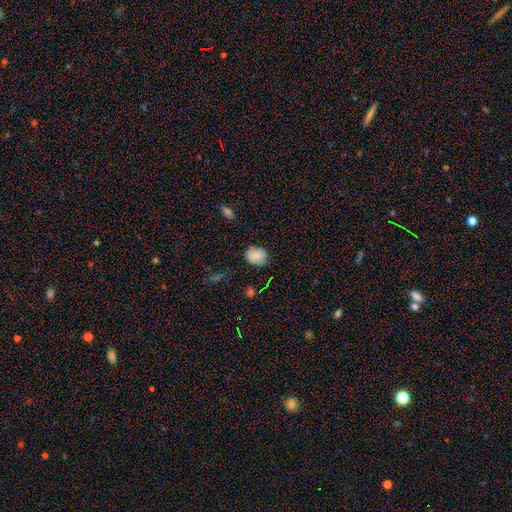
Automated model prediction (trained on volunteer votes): Q: Smooth or featured?
A: smooth (81%); runner-up: star or artifact (10%)
Q: How rounded?
A: in between (50%); runner-up: round (49%)
Q: Merging?
A: none (77%); runner-up: minor disturbance (19%)